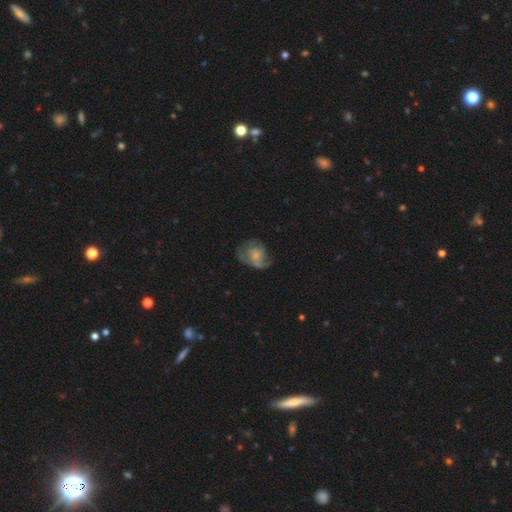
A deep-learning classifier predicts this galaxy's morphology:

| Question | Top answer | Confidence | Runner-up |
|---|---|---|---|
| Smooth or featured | featured or disk | 52% | smooth (39%) |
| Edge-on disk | no | 97% | yes (3%) |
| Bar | no | 79% | weak (18%) |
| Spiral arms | yes | 72% | no (28%) |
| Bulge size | small | 58% | moderate (25%) |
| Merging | none | 42% | major disturbance (28%) |